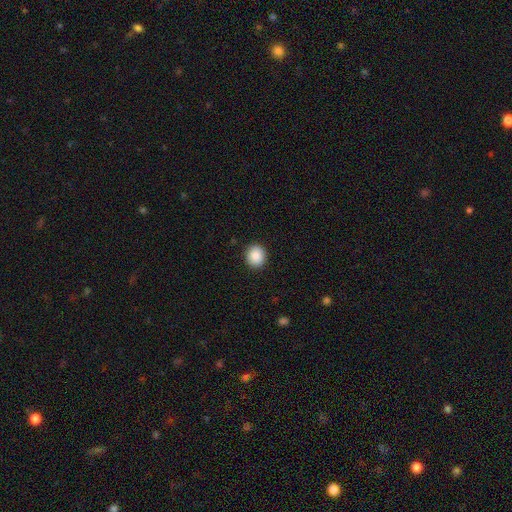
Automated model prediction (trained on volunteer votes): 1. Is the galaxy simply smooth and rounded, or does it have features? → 89% smooth, 8% star or artifact, 3% featured or disk.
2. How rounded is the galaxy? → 81% round, 18% in between, 1% cigar-shaped.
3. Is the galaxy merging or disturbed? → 92% none, 5% minor disturbance, 2% major disturbance, 1% merger.